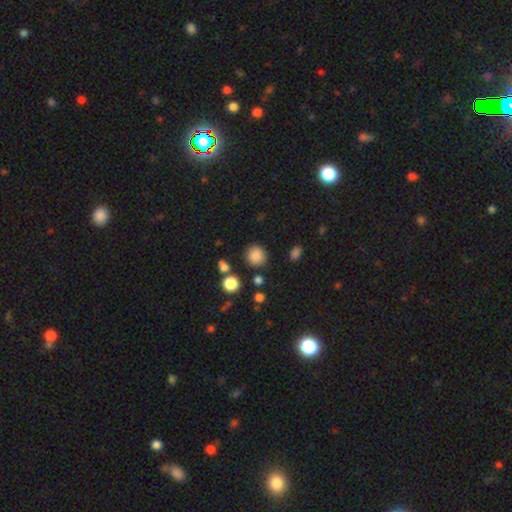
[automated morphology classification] This appears to be a smooth galaxy with no disk features (84%) that is round (88%). Merging: none (81%).